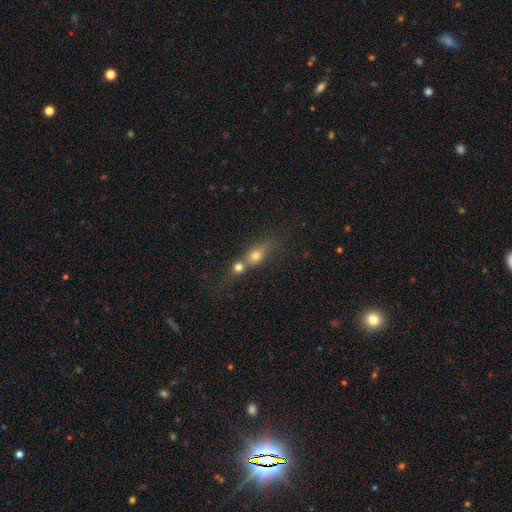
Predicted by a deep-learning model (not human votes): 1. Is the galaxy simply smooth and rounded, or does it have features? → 71% smooth, 17% featured or disk, 12% star or artifact.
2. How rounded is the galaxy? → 48% round, 43% in between, 9% cigar-shaped.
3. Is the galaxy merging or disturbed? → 61% merger, 27% none, 7% minor disturbance, 5% major disturbance.